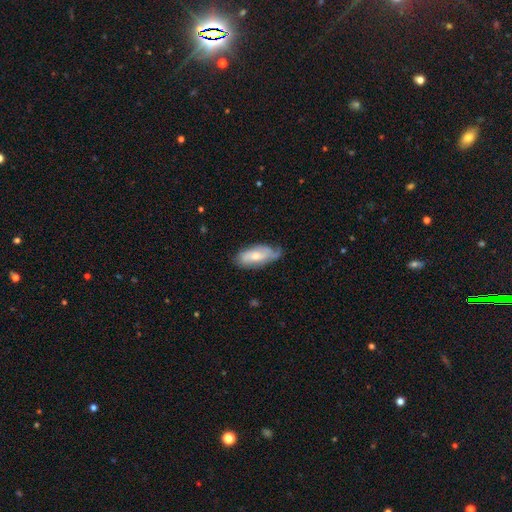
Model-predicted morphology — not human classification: Smooth or featured? featured or disk (48%)
Merging? none (57%)